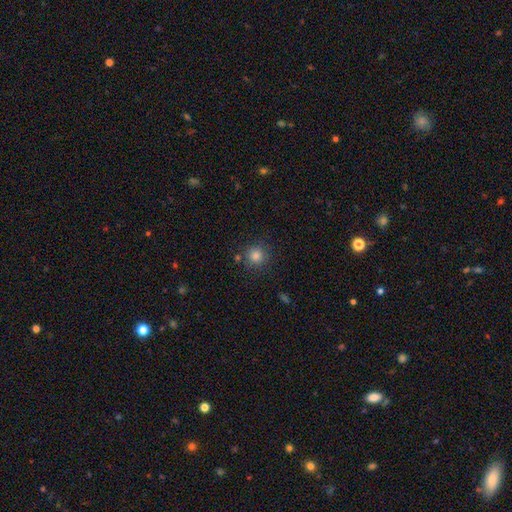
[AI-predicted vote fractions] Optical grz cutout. It shows a smooth galaxy with no disk features (82%) that is round (93%). Merging: none (84%).